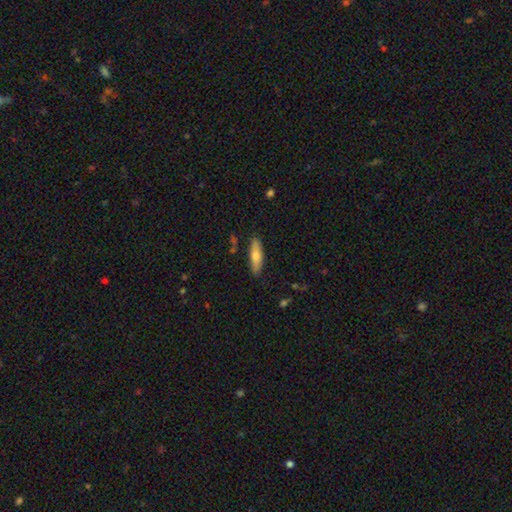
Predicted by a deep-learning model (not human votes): A smooth galaxy with no disk features (66%) that is cigar-shaped (62%).

Vote fractions:
- Smooth or featured? smooth: 66% / featured or disk: 28% / star or artifact: 6%
- How rounded? cigar-shaped: 62% / in between: 36% / round: 2%
- Merging? none: 86% / minor disturbance: 10% / major disturbance: 2% / merger: 2%